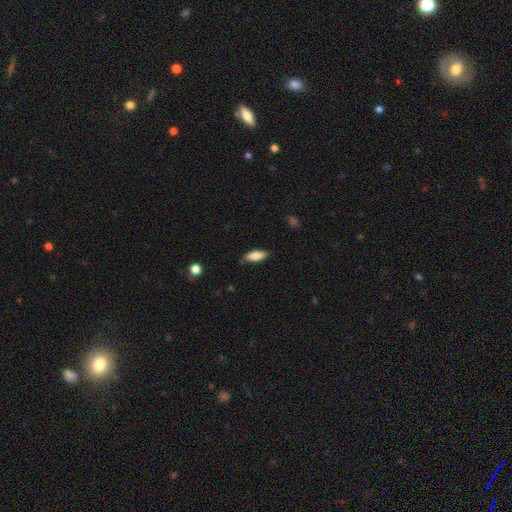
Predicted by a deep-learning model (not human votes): This appears to be a smooth galaxy with no disk features (79%) that is in between round and cigar-shaped (61%). Merging: none (81%).